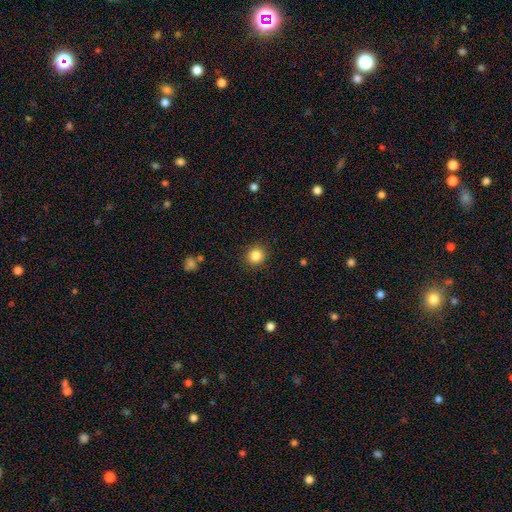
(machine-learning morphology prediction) Smooth or featured?
  - smooth: 85% *
  - star or artifact: 11%
  - featured or disk: 4%
How rounded?
  - round: 89% *
  - in between: 10%
  - cigar-shaped: 1%
Merging?
  - none: 90% *
  - minor disturbance: 6%
  - major disturbance: 2%
  - merger: 1%